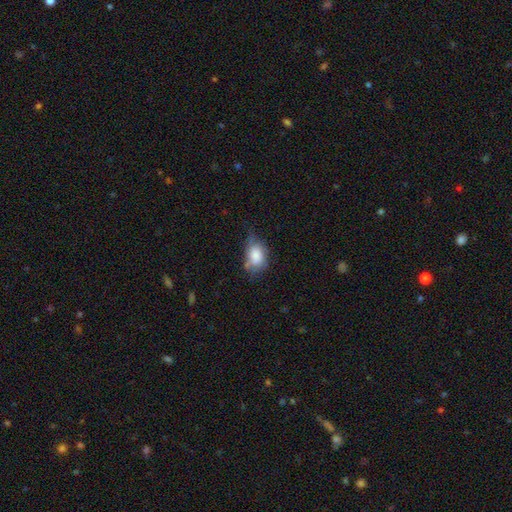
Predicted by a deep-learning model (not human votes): This is likely a smooth galaxy (76%). How rounded: clearly in between (82%). Merging: marginally minor disturbance (41%).